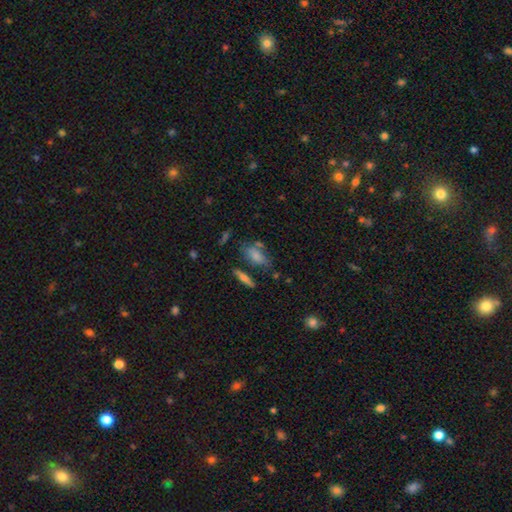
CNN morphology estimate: smooth 71%, featured or disk 19%, star or artifact 10%. Down the decision tree: how rounded — in between (76%); merging — none (53%).